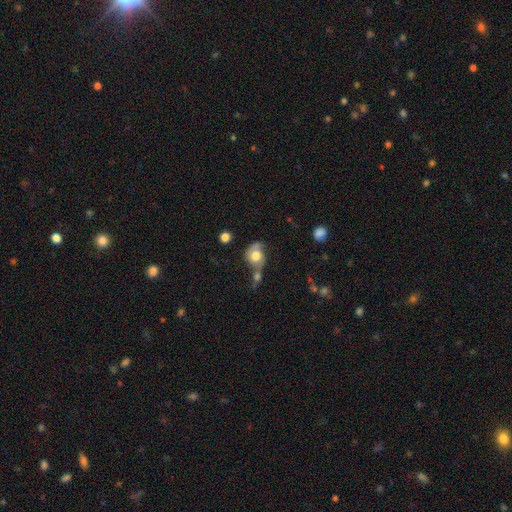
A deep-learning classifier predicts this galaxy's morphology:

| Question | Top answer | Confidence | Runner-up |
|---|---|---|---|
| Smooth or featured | smooth | 55% | featured or disk (37%) |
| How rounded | round | 69% | in between (29%) |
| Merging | merger | 33% | none (31%) |